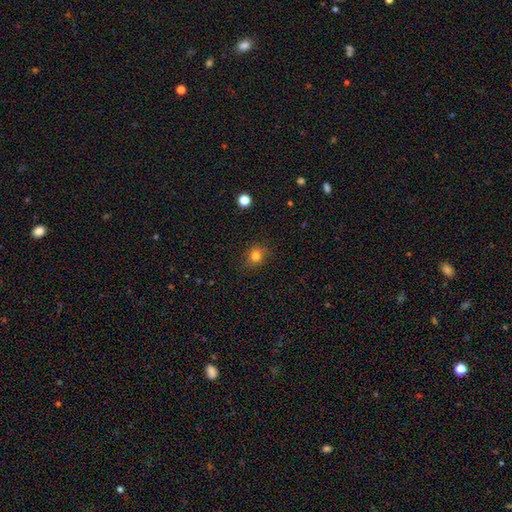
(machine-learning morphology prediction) A smooth galaxy with no disk features (80%) that is round (77%).

Vote fractions:
- Smooth or featured? smooth: 80% / star or artifact: 13% / featured or disk: 6%
- How rounded? round: 77% / in between: 22% / cigar-shaped: 1%
- Merging? none: 84% / minor disturbance: 11% / major disturbance: 3% / merger: 1%